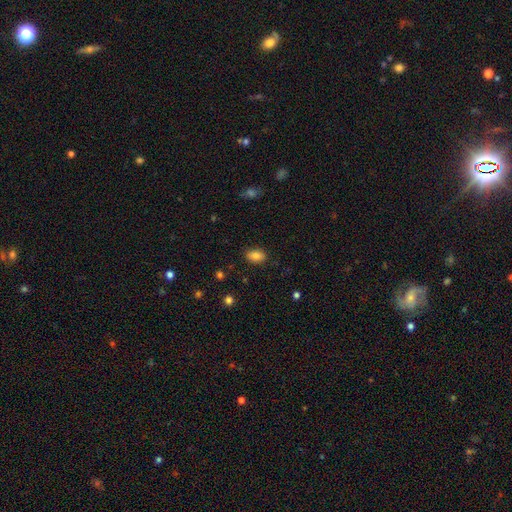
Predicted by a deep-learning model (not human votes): A smooth galaxy with no disk features (84%) that is in between round and cigar-shaped (85%). Merging: none (86%).